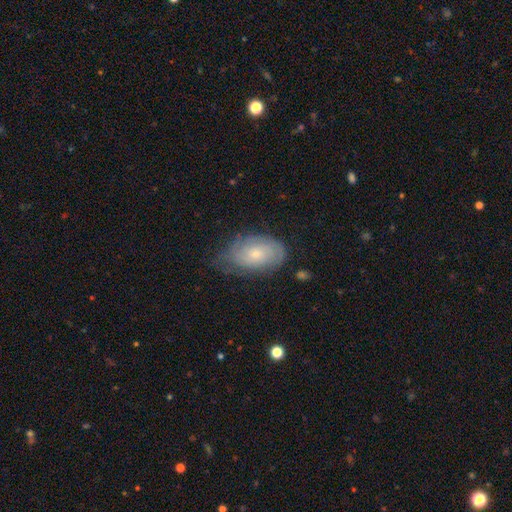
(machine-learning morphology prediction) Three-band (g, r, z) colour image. It shows a featured or disk galaxy (47%). Merging: none (65%).